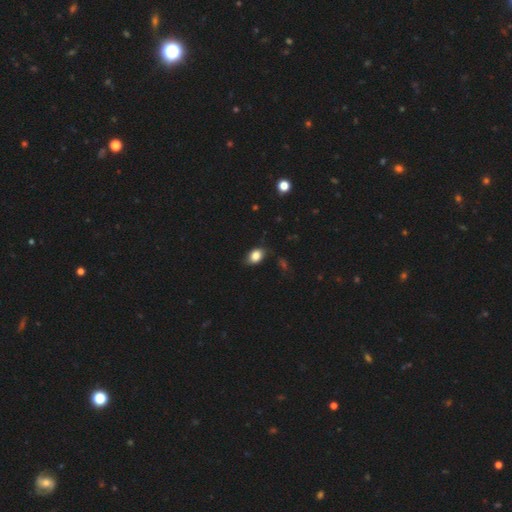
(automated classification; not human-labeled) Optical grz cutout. It shows a smooth galaxy with no disk features (84%) that is in between round and cigar-shaped (77%). Merging: none (73%).